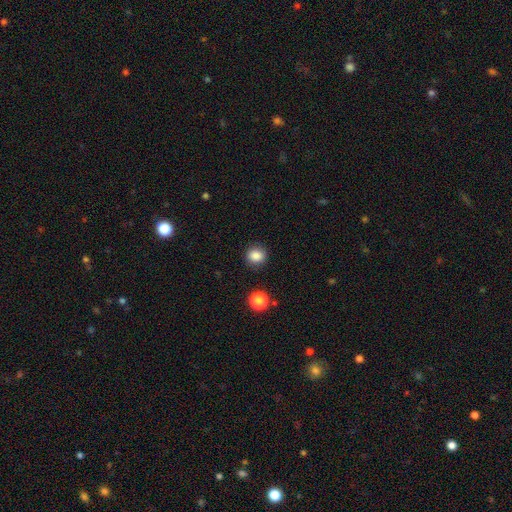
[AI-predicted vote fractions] Overall: smooth (85%). How rounded: round (77%). Merging: none (88%).